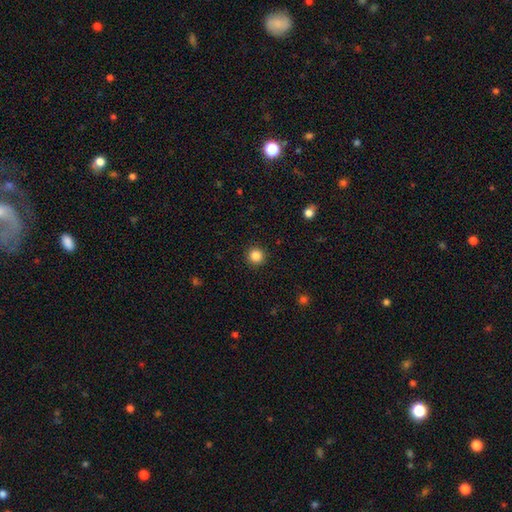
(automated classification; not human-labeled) Q: Smooth or featured?
A: smooth (85%); runner-up: star or artifact (11%)
Q: How rounded?
A: round (95%); runner-up: in between (4%)
Q: Merging?
A: none (93%); runner-up: minor disturbance (5%)